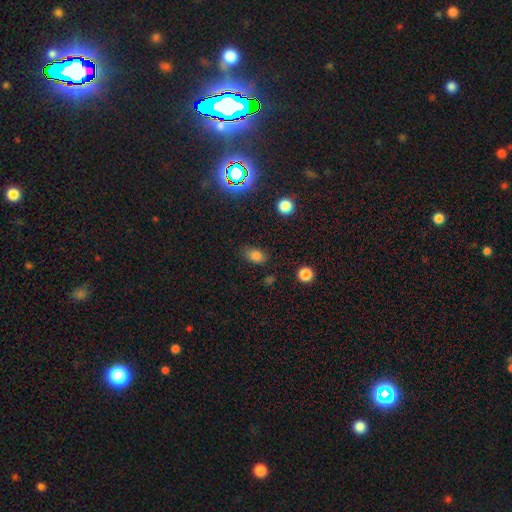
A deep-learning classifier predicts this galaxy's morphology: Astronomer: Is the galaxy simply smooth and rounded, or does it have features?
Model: smooth — 78%.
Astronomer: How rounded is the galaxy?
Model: in between — 81%.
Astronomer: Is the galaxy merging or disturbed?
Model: none — 76%.